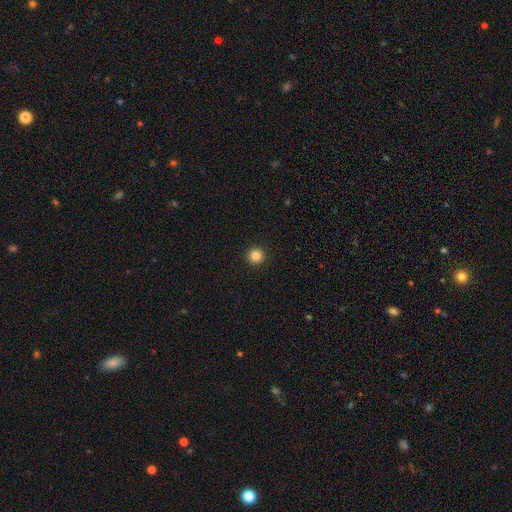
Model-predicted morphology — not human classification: Smooth or featured? smooth (85%)
How rounded? round (96%)
Merging? none (94%)